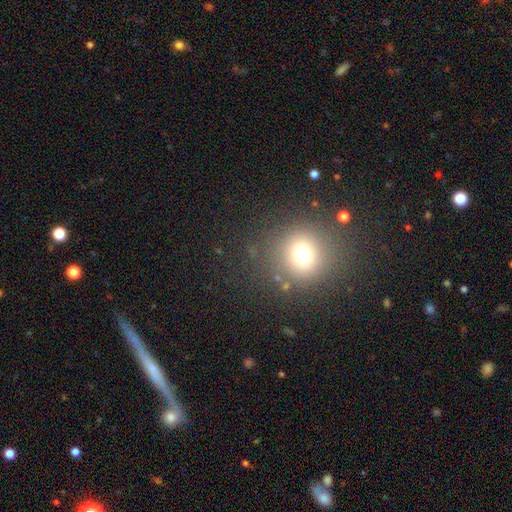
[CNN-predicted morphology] Smooth or featured: smooth — 58% (star or artifact — 27%)
How rounded: round — 87% (in between — 11%)
Merging: none — 86% (minor disturbance — 8%)